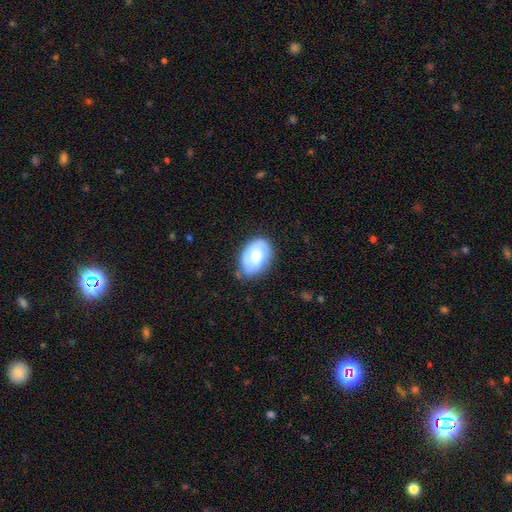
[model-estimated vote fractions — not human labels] Smooth or featured?
  - smooth: 57% *
  - featured or disk: 36%
  - star or artifact: 7%
How rounded?
  - in between: 83% *
  - round: 16%
  - cigar-shaped: 1%
Merging?
  - none: 69% *
  - minor disturbance: 24%
  - major disturbance: 6%
  - merger: 2%